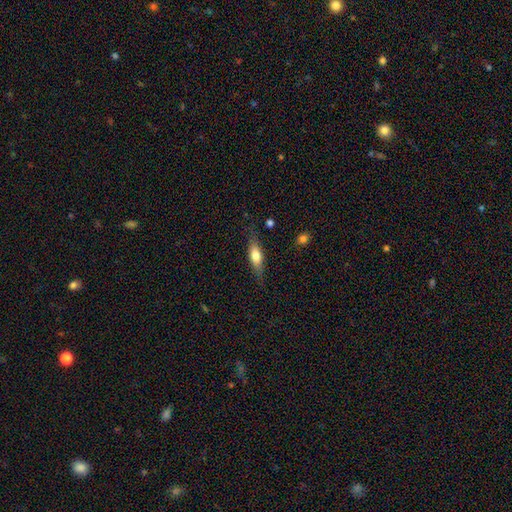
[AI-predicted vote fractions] Overall: smooth (66%; featured or disk 28%). How rounded: in between (51%; cigar-shaped 47%). Merging: none (77%).